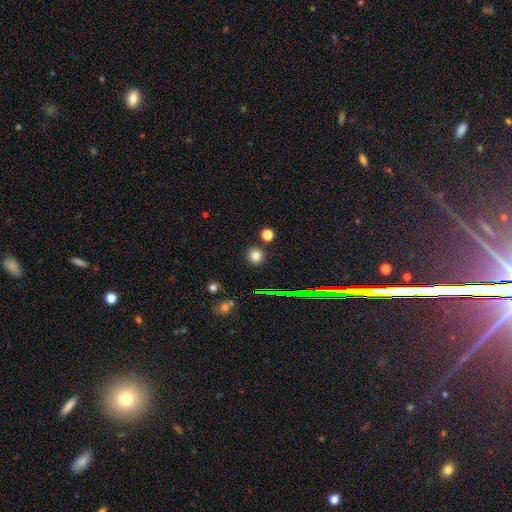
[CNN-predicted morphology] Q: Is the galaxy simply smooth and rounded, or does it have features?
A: smooth — 79%.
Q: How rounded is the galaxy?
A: round — 83%.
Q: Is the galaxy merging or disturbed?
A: none — 85%.